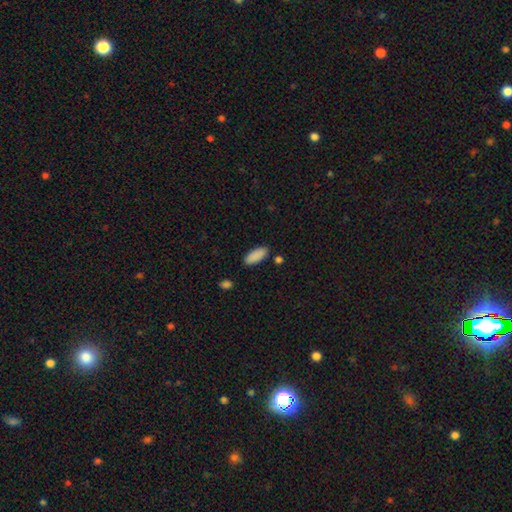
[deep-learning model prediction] smooth_or_featured: smooth (p=0.90) [alt: star or artifact p=0.07]
how_rounded: in between (p=0.80) [alt: cigar-shaped p=0.18]
merging: none (p=0.85) [alt: minor disturbance p=0.10]